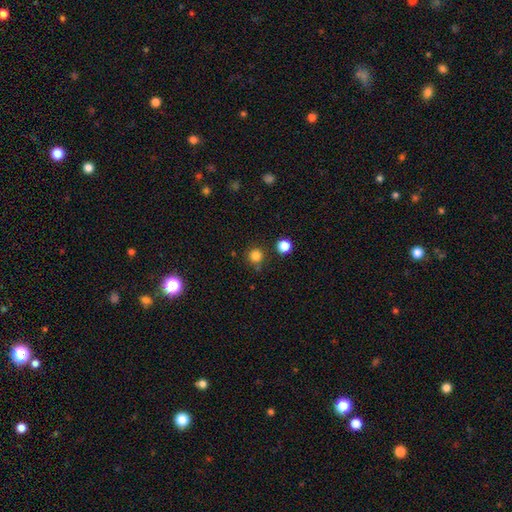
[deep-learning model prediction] smooth 82%, star or artifact 14%, featured or disk 4%. Down the decision tree: how rounded — round (94%); merging — none (80%).